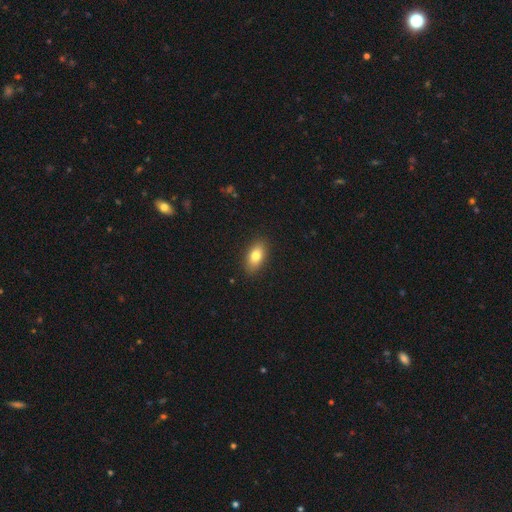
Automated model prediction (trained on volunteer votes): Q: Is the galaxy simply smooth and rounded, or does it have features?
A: smooth — 80%.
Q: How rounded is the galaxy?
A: in between — 88%.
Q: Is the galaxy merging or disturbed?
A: none — 89%.